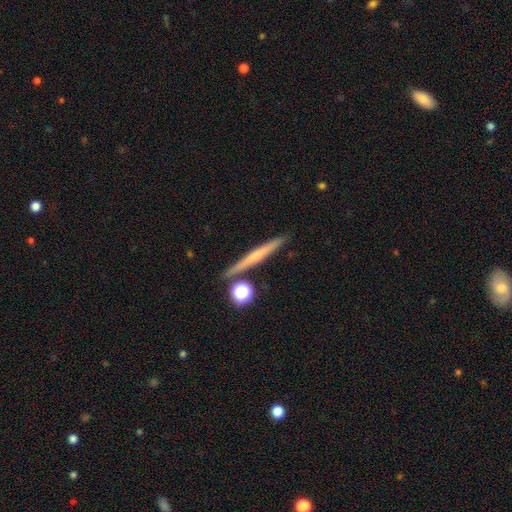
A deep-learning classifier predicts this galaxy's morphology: This appears to be a featured or disk galaxy (59%) viewed edge-on (95%) with a rounded central bulge (53%). Merging: none (81%).